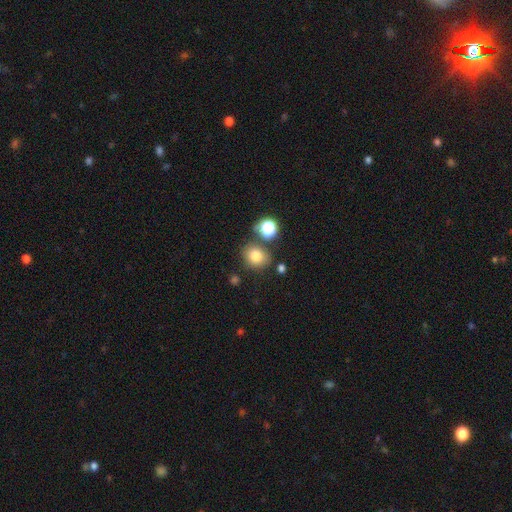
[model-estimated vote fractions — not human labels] smooth 78%, star or artifact 14%, featured or disk 8%. Down the decision tree: how rounded — round (69%); merging — none (73%).